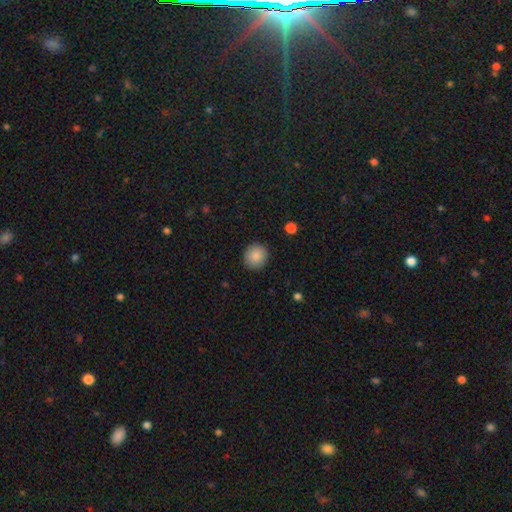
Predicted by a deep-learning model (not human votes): Q: Smooth or featured?
A: smooth (88%); runner-up: star or artifact (8%)
Q: How rounded?
A: round (90%); runner-up: in between (9%)
Q: Merging?
A: none (91%); runner-up: minor disturbance (6%)